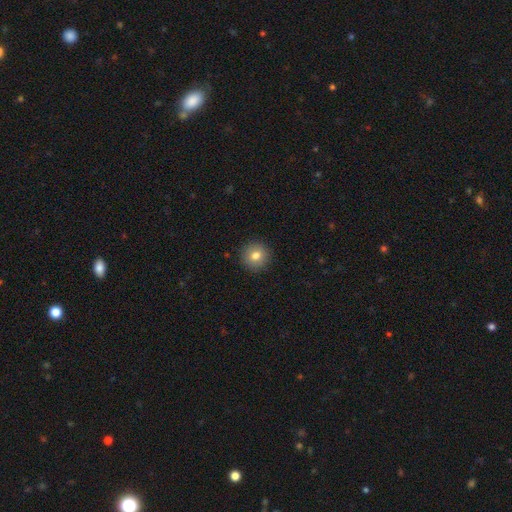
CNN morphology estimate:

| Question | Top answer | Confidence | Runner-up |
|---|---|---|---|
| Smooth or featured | smooth | 80% | star or artifact (10%) |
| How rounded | round | 95% | in between (4%) |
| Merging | none | 92% | minor disturbance (5%) |